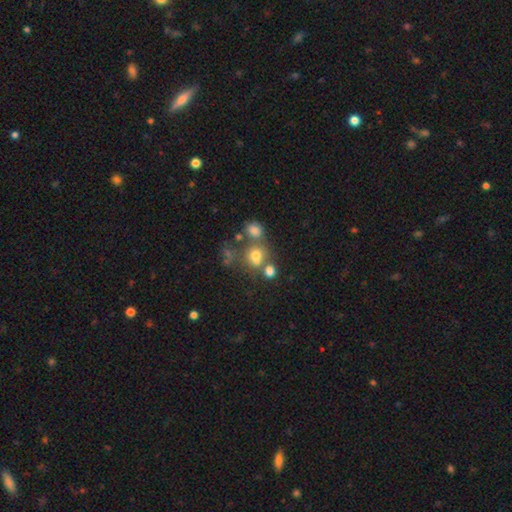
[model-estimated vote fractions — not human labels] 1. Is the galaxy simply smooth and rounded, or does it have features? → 66% smooth, 18% star or artifact, 17% featured or disk.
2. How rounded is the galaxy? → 73% round, 26% in between, 1% cigar-shaped.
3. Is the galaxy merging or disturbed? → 45% none, 36% merger, 12% minor disturbance, 8% major disturbance.